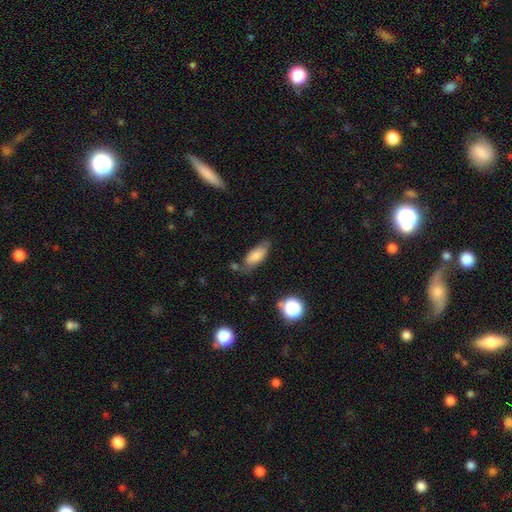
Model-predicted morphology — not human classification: smooth-or-featured: smooth: 76% | featured or disk: 15% | star or artifact: 9%
  how-rounded: in between: 80% | cigar-shaped: 17% | round: 3%
  merging: none: 65% | minor disturbance: 23% | major disturbance: 6% | merger: 5%